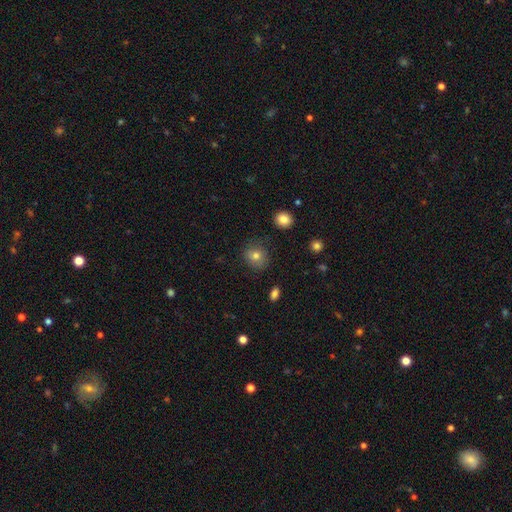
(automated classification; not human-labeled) This appears to be a smooth galaxy with no disk features (77%) that is round (73%). Merging: none (80%).